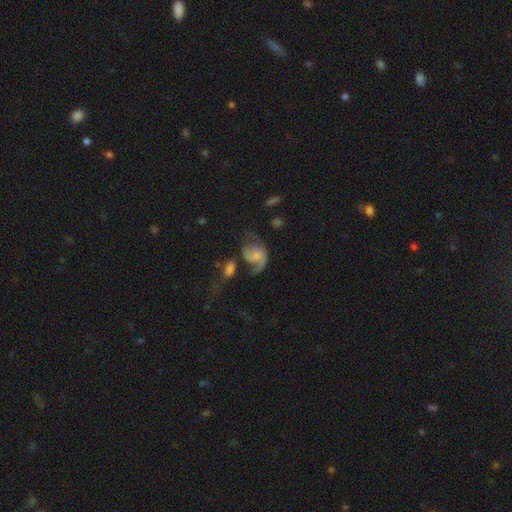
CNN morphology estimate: The model was most divided on "spiral arm count": 2: 47%, 1: 42%, can't tell: 7%, 3: 1%, 4: 1%, more than 4: 1%. Remaining: edge-on disk — no (97%); spiral arms — yes (84%); bar — no (69%); smooth or featured — featured or disk (62%); spiral winding — loose (51%); bulge size — small (42%); merging — major disturbance (40%).